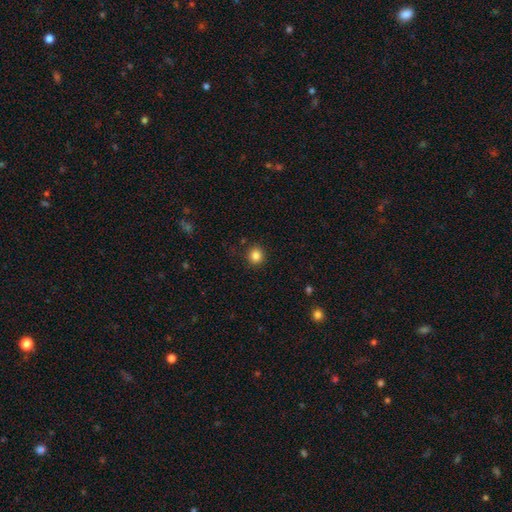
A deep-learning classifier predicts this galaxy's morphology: Overall: smooth (85%). How rounded: round (90%). Merging: none (90%).